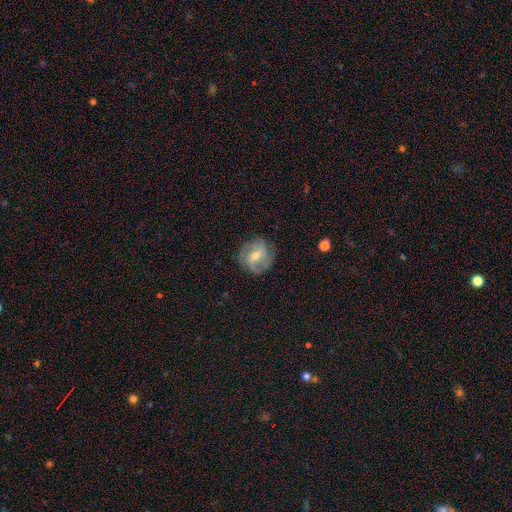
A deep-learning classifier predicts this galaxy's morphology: A featured or disk galaxy (66%) with a weak bar (47%), 2 (41%) tight (42%) spiral arms (84%) and a moderate central bulge (58%).

Vote fractions:
- Smooth or featured? featured or disk: 66% / smooth: 26% / star or artifact: 8%
- Edge-on disk? no: 96% / yes: 4%
- Bar? weak: 47% / no: 32% / strong: 21%
- Spiral arms? yes: 84% / no: 16%
- Spiral winding? tight: 42% / medium: 40% / loose: 18%
- Spiral arm count? 2: 41% / can't tell: 27% / 3: 19% / 4: 5% / 1: 4% / more than 4: 4%
- Bulge size? moderate: 58% / small: 38% / large: 2% / none: 1% / dominant: 1%
- Merging? none: 80% / minor disturbance: 14% / major disturbance: 5% / merger: 1%